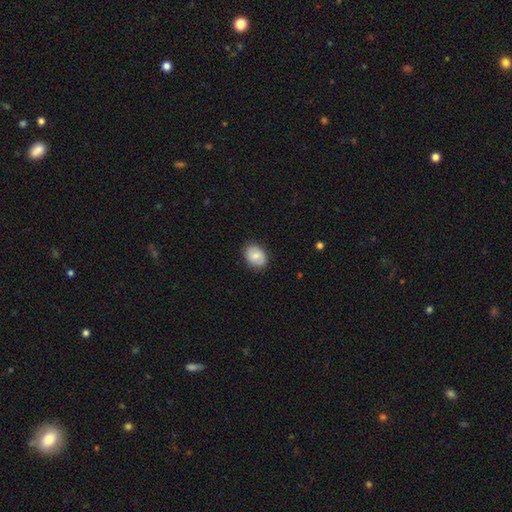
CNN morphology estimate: A smooth galaxy with no disk features (75%) that is in between round and cigar-shaped (73%). Merging: none (85%).